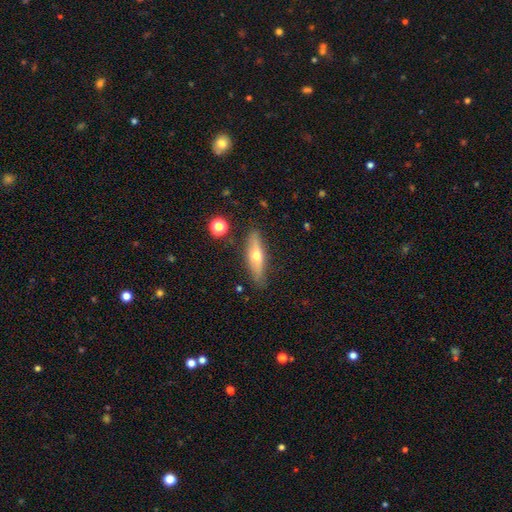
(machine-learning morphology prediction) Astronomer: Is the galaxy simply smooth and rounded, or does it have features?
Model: featured or disk — 52% (runner-up: smooth, 41%).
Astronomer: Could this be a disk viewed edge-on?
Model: yes — 87%.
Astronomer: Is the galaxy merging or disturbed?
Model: none — 85%.